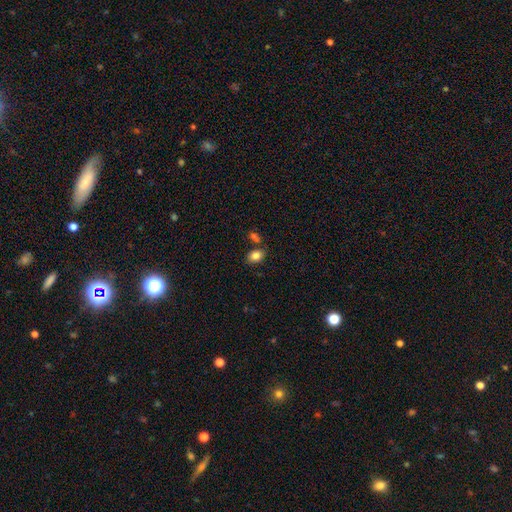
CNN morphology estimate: This appears to be a smooth galaxy with no disk features (83%) that is in between round and cigar-shaped (80%). Merging: none (71%).